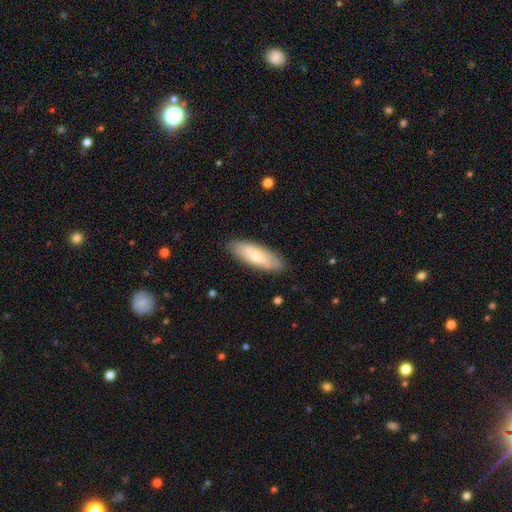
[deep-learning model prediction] smooth_or_featured: smooth (p=0.66) [alt: featured or disk p=0.29]
how_rounded: in between (p=0.60) [alt: cigar-shaped p=0.37]
merging: none (p=0.85) [alt: minor disturbance p=0.11]